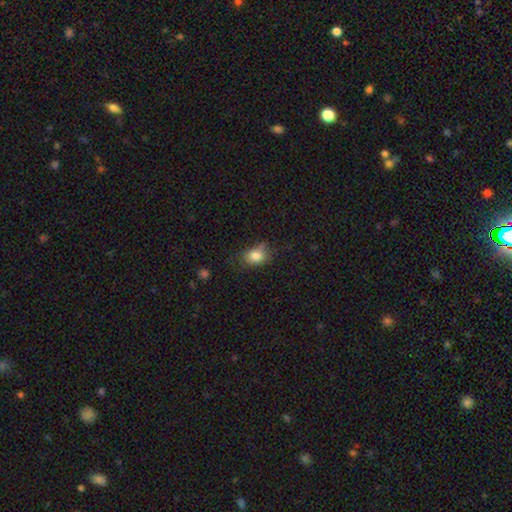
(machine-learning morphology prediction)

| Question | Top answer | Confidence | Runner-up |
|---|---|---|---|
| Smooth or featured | smooth | 83% | star or artifact (10%) |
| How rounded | in between | 62% | round (37%) |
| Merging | none | 63% | minor disturbance (25%) |